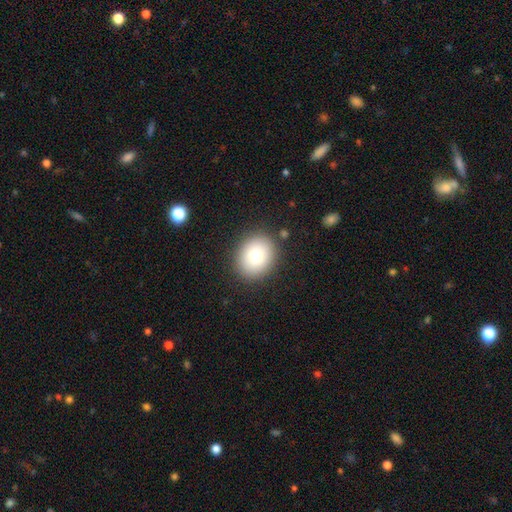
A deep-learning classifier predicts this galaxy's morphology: type=smooth (77%); roundness=round (63%); merging=none (87%).